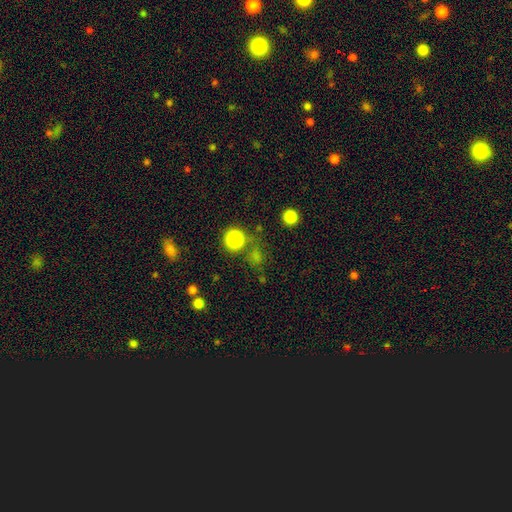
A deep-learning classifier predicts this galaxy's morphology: type=smooth (53%); roundness=round (85%); merging=none (71%).